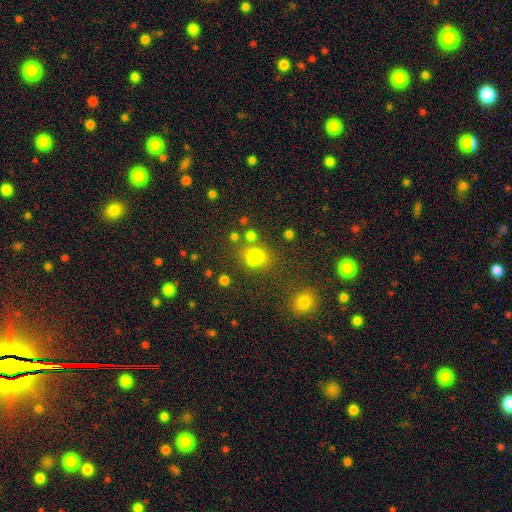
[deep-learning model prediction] Overall: smooth (66%). How rounded: round (62%; in between 36%). Merging: none (46%; merger 37%).